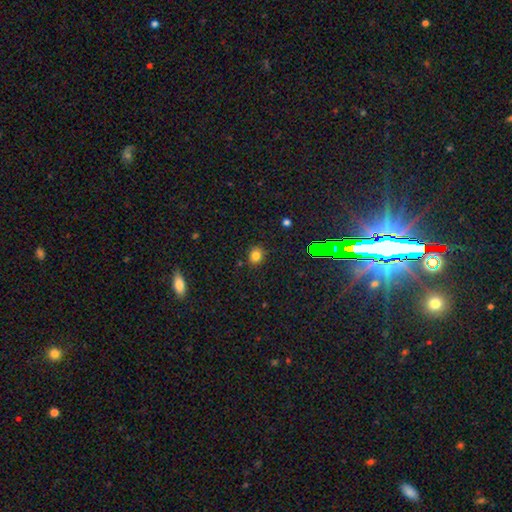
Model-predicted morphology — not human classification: Q: Smooth or featured?
A: smooth (79%); runner-up: star or artifact (15%)
Q: How rounded?
A: round (70%); runner-up: in between (29%)
Q: Merging?
A: none (85%); runner-up: minor disturbance (10%)